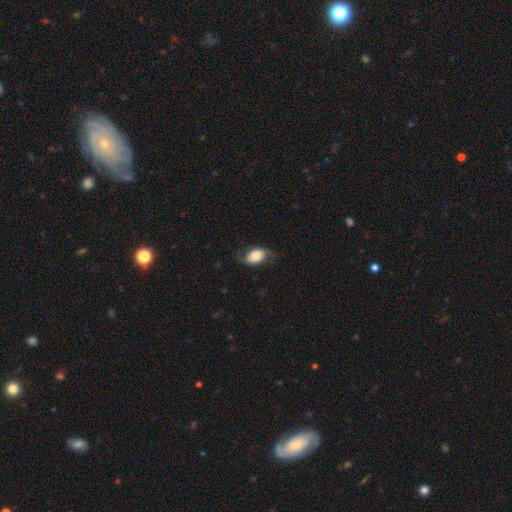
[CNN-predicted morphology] smooth_or_featured: smooth (p=0.64) [alt: featured or disk p=0.29]
how_rounded: in between (p=0.88) [alt: round p=0.10]
merging: none (p=0.66) [alt: minor disturbance p=0.22]